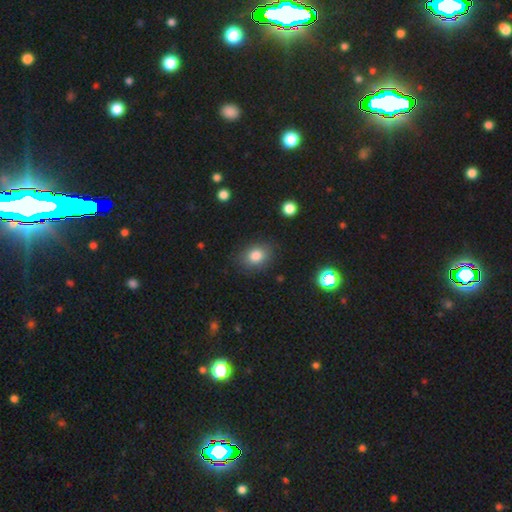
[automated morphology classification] smooth-or-featured: smooth: 82% | star or artifact: 10% | featured or disk: 7%
  how-rounded: in between: 58% | round: 41% | cigar-shaped: 1%
  merging: none: 83% | minor disturbance: 12% | major disturbance: 4% | merger: 2%